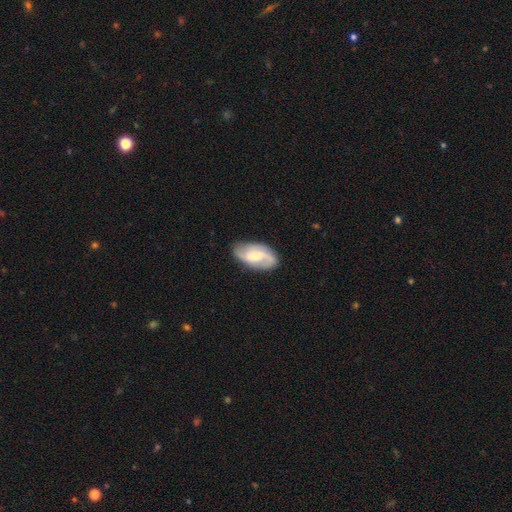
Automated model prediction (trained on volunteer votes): The model was most divided on "spiral winding": loose: 45%, medium: 39%, tight: 16%. Remaining: edge-on disk — no (96%); spiral arms — yes (93%); merging — none (79%); spiral arm count — 2 (78%); smooth or featured — featured or disk (69%); bar — weak (52%); bulge size — small (46%).